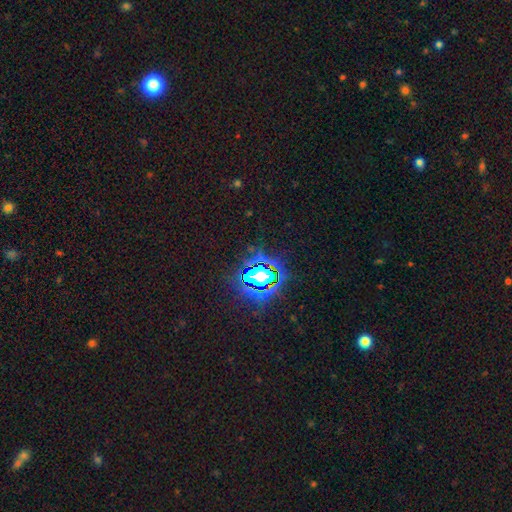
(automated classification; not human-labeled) Morphology: type=star or artifact (84%).